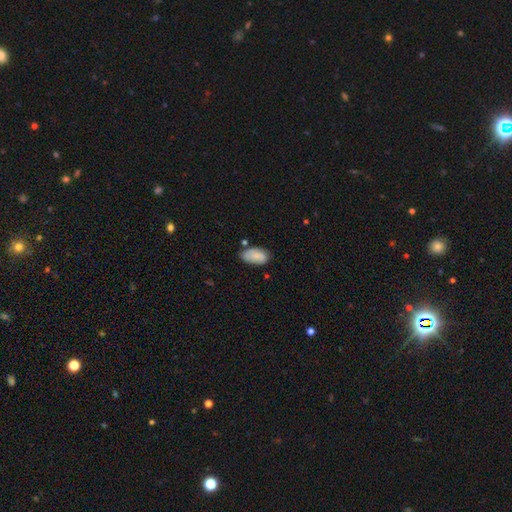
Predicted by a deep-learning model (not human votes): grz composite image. It shows a smooth galaxy with no disk features (83%) that is in between round and cigar-shaped (95%). Merging: none (63%).